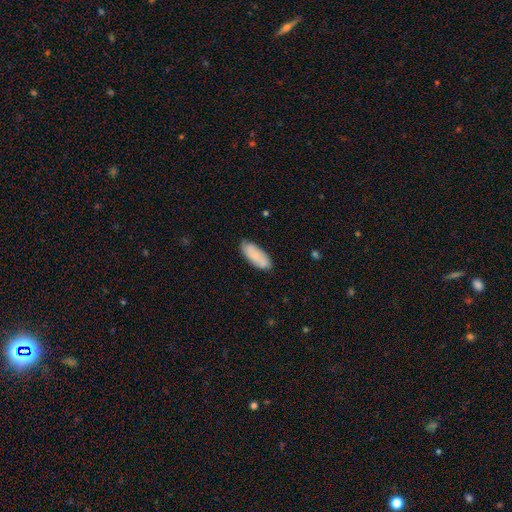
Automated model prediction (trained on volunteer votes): Smooth or featured? Predicted: smooth (p=0.76). How rounded? Predicted: in between (p=0.77). Merging? Predicted: none (p=0.79).